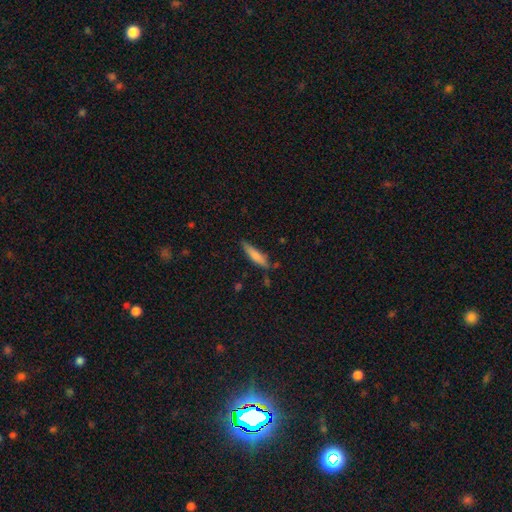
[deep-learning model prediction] A smooth galaxy with no disk features (76%) that is cigar-shaped (79%). Merging: none (76%).